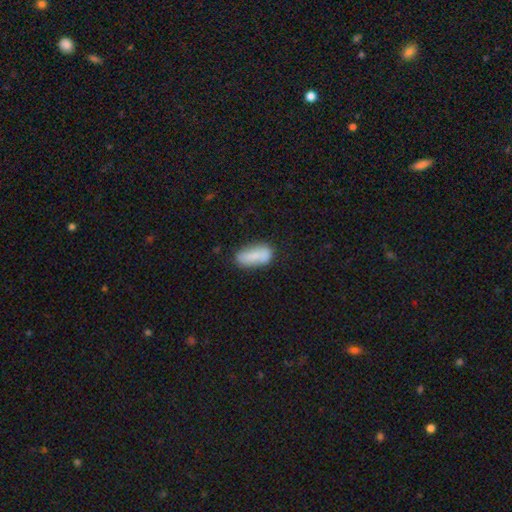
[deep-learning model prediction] Smooth or featured? smooth (77%)
How rounded? in between (80%)
Merging? none (65%)